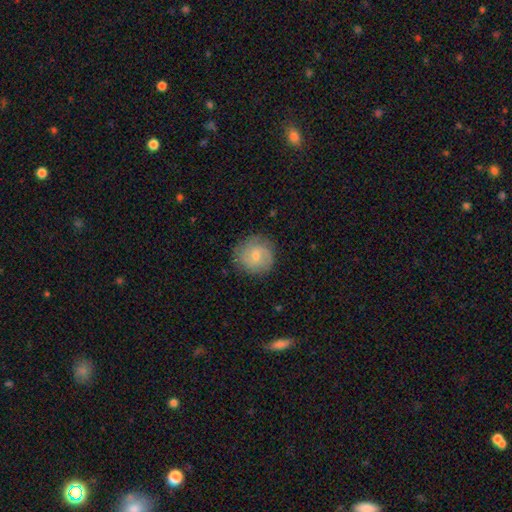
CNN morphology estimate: This is possibly a smooth galaxy (59%). How rounded: clearly round (91%). Merging: clearly none (80%).